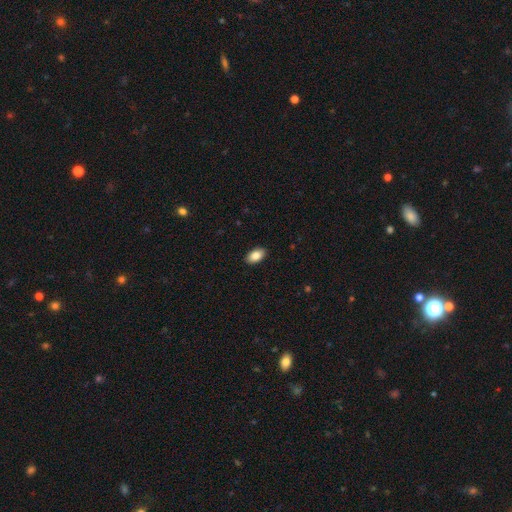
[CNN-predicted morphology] A smooth galaxy with no disk features (87%) that is in between round and cigar-shaped (94%). Merging: none (90%).